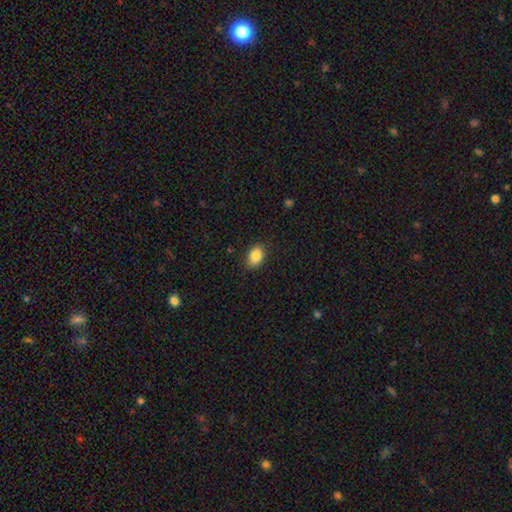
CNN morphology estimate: type=smooth (85%); roundness=in between (84%); merging=none (85%).